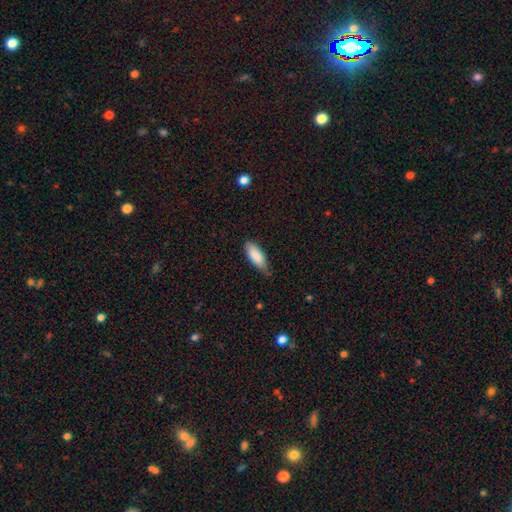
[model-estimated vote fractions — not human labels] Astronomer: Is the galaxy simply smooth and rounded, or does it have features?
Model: smooth — 87%.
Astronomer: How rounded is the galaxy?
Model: in between — 75%.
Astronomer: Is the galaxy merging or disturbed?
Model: none — 62%.